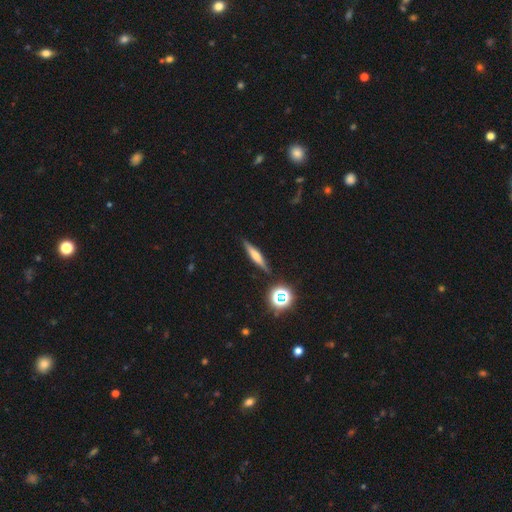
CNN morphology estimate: smooth_or_featured: smooth (p=0.46) [alt: featured or disk p=0.42]
merging: none (p=0.87) [alt: minor disturbance p=0.08]